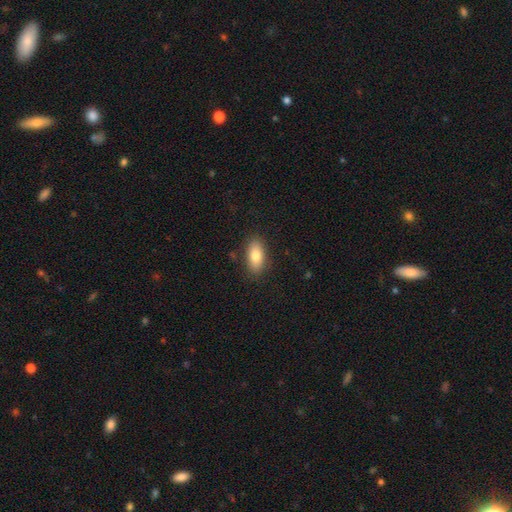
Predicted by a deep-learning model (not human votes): Smooth or featured? smooth (81%)
How rounded? in between (88%)
Merging? none (85%)